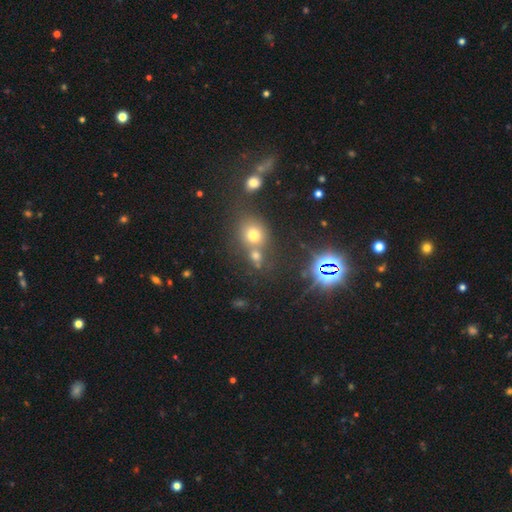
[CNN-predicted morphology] This appears to be a smooth galaxy with no disk features (62%) that is round (73%). Merging: none (47%).